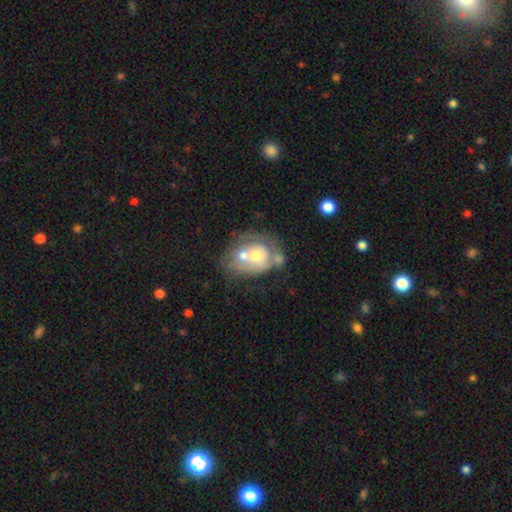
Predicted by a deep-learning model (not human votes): Q: Smooth or featured?
A: featured or disk (52%); runner-up: smooth (40%)
Q: Edge-on disk?
A: no (96%); runner-up: yes (4%)
Q: Bar?
A: no (85%); runner-up: weak (12%)
Q: Spiral arms?
A: no (73%); runner-up: yes (27%)
Q: Bulge size?
A: moderate (59%); runner-up: small (27%)
Q: Merging?
A: merger (51%); runner-up: none (20%)